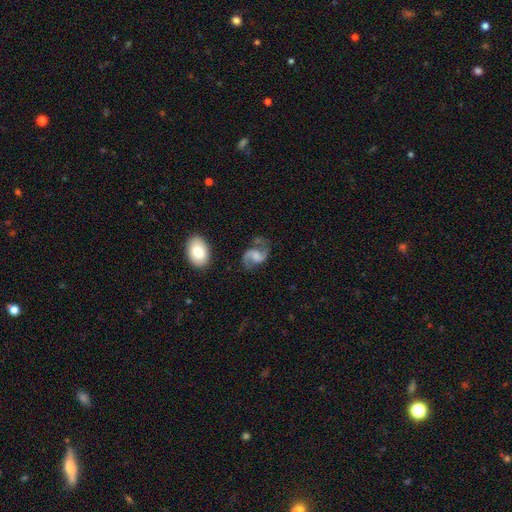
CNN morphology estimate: type=featured or disk (84%); edge-on=no (98%); bar=weak (44%, tied with no); spiral arms=yes (96%); winding=loose (54%); arm count=2 (93%); bulge=small (36%); merging=none (70%).